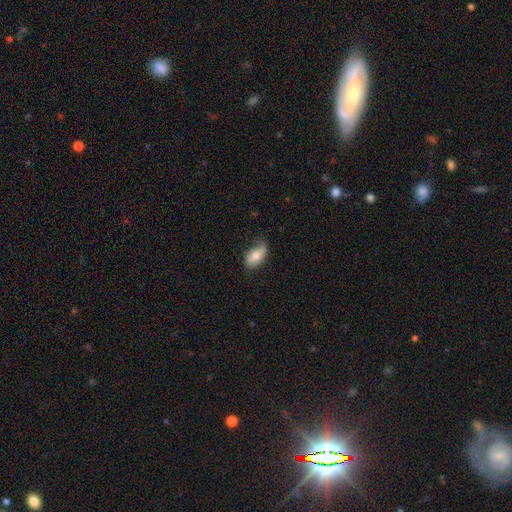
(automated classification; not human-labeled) Smooth or featured? Predicted: smooth (p=0.73). How rounded? Predicted: in between (p=0.92). Merging? Predicted: none (p=0.62).